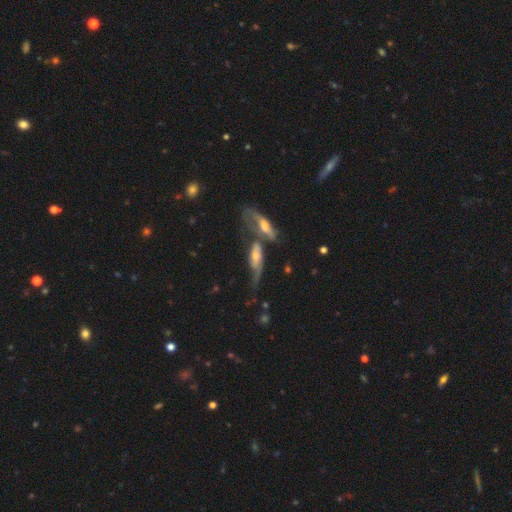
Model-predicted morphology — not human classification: type=featured or disk (63%); edge-on=no (56%); merging=merger (52%).